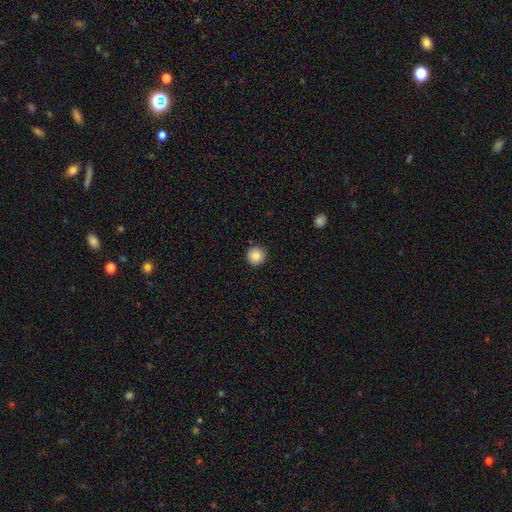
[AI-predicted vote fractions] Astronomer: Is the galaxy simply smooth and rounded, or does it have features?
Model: smooth — 85%.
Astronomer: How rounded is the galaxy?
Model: round — 95%.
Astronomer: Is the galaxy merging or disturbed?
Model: none — 91%.